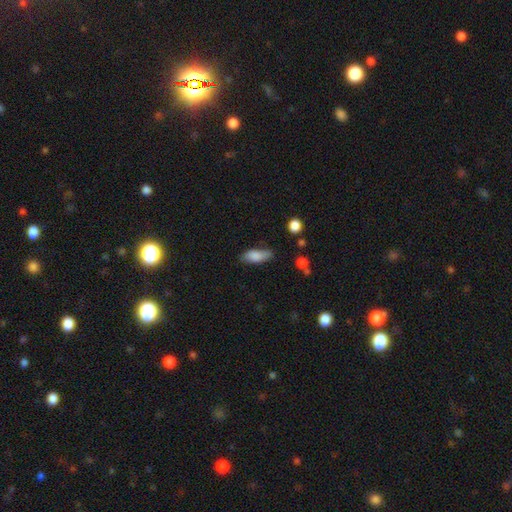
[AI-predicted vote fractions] Smooth or featured? Predicted: smooth (p=0.80). How rounded? Predicted: in between (p=0.74). Merging? Predicted: none (p=0.65).